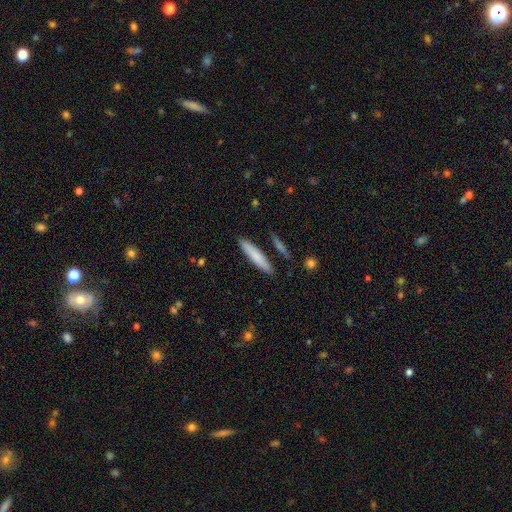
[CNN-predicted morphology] A smooth galaxy with no disk features (78%) that is cigar-shaped (90%).

Vote fractions:
- Smooth or featured? smooth: 78% / featured or disk: 17% / star or artifact: 6%
- How rounded? cigar-shaped: 90% / in between: 9% / round: 1%
- Merging? none: 88% / minor disturbance: 8% / merger: 3% / major disturbance: 2%